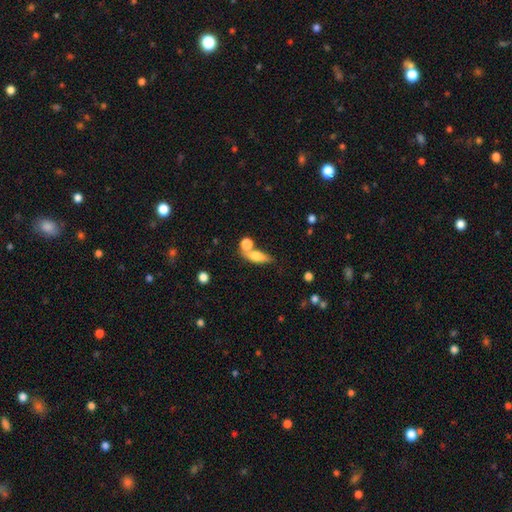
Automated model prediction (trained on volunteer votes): smooth-or-featured: smooth: 69% | featured or disk: 22% | star or artifact: 9%
  how-rounded: in between: 57% | cigar-shaped: 34% | round: 9%
  merging: none: 53% | merger: 26% | minor disturbance: 15% | major disturbance: 6%